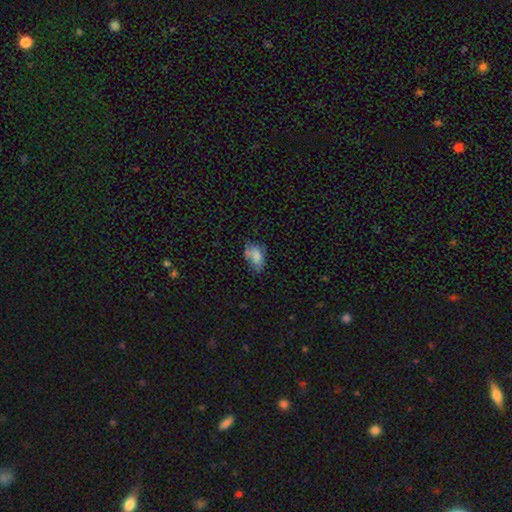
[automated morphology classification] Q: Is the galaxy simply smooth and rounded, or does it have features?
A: smooth — 75%.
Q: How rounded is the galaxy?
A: in between — 89%.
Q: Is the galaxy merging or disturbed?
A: none — 47%.